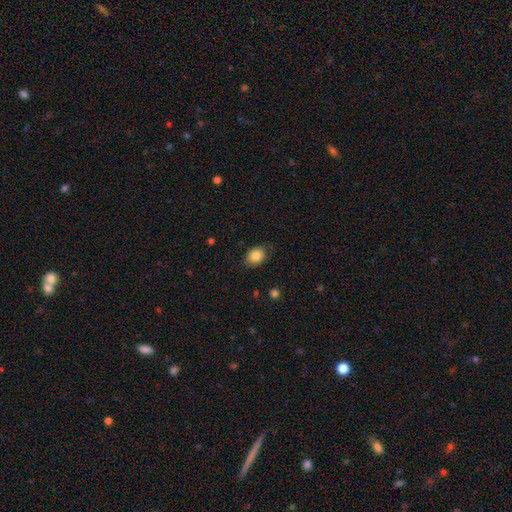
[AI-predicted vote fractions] Smooth or featured: smooth — 85% (star or artifact — 8%)
How rounded: in between — 60% (round — 39%)
Merging: none — 80% (minor disturbance — 16%)